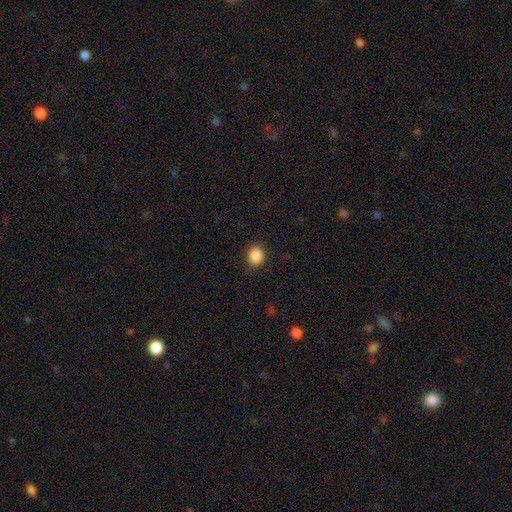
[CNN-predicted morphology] Smooth or featured?
  - smooth: 88% *
  - star or artifact: 9%
  - featured or disk: 3%
How rounded?
  - round: 64% *
  - in between: 35%
  - cigar-shaped: 1%
Merging?
  - none: 89% *
  - minor disturbance: 8%
  - major disturbance: 2%
  - merger: 1%